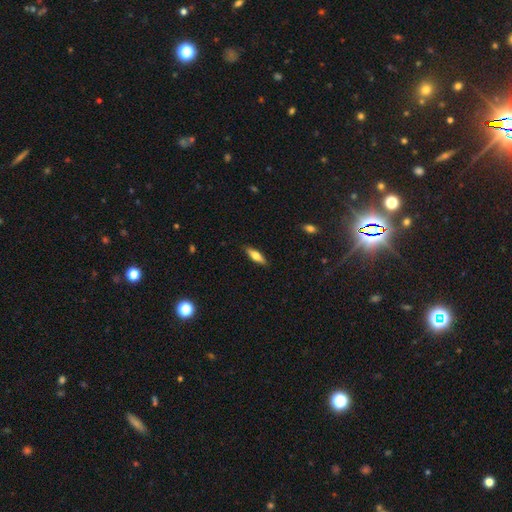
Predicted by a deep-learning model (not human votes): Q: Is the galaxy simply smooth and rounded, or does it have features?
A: smooth — 59%.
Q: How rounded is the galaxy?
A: cigar-shaped — 51%.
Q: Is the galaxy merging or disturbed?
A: none — 88%.